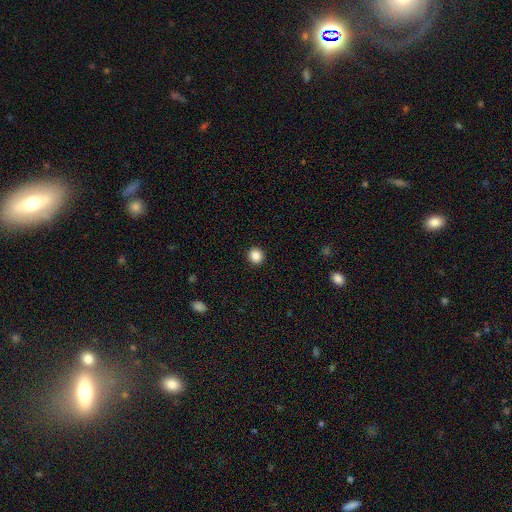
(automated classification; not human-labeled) Overall: smooth (86%). How rounded: round (92%). Merging: none (93%).